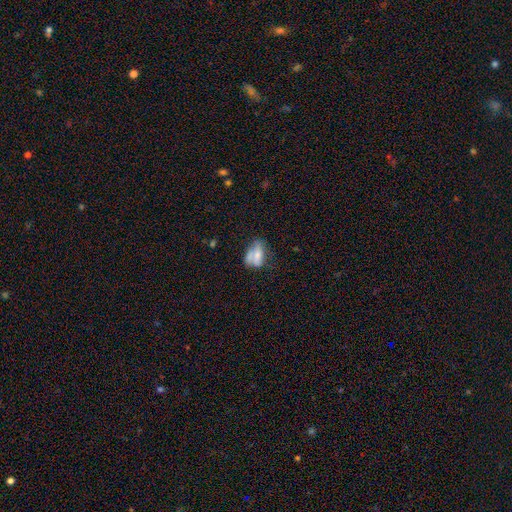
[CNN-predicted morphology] smooth-or-featured: smooth: 61% | featured or disk: 30% | star or artifact: 10%
  how-rounded: in between: 84% | round: 10% | cigar-shaped: 5%
  merging: none: 34% | minor disturbance: 27% | major disturbance: 20% | merger: 19%